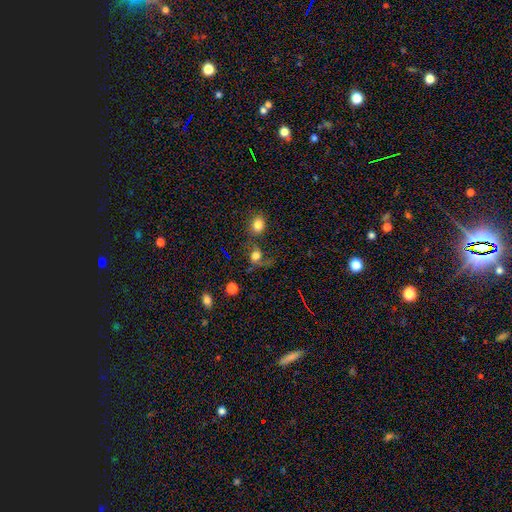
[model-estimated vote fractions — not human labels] A smooth galaxy with no disk features (62%) that is round (68%). Merging: none (38%).